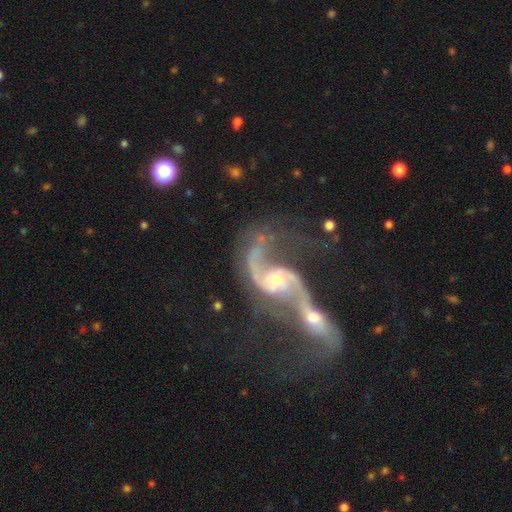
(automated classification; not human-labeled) Smooth or featured: featured or disk — 88% (star or artifact — 6%)
Edge-on disk: no — 97% (yes — 3%)
Bar: no — 50% (weak — 37%)
Spiral arms: yes — 95% (no — 5%)
Spiral winding: loose — 63% (medium — 30%)
Spiral arm count: 2 — 86% (1 — 6%)
Bulge size: small — 45% (tied with moderate — 45%)
Merging: merger — 70% (none — 12%)